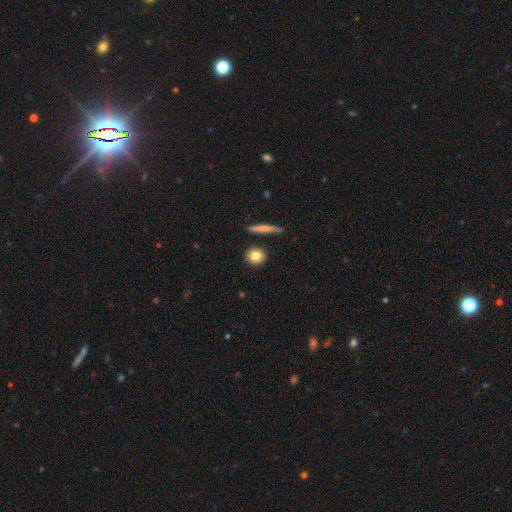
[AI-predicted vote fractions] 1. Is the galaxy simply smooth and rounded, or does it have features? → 82% smooth, 10% featured or disk, 8% star or artifact.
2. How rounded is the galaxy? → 82% round, 15% in between, 4% cigar-shaped.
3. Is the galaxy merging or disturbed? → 87% none, 7% minor disturbance, 4% merger, 2% major disturbance.